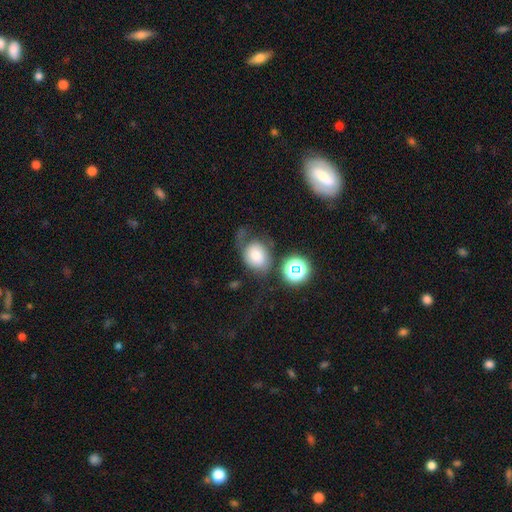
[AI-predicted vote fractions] smooth-or-featured: smooth: 61% | featured or disk: 25% | star or artifact: 14%
  how-rounded: in between: 52% | round: 47% | cigar-shaped: 1%
  merging: none: 40% | major disturbance: 26% | minor disturbance: 24% | merger: 9%